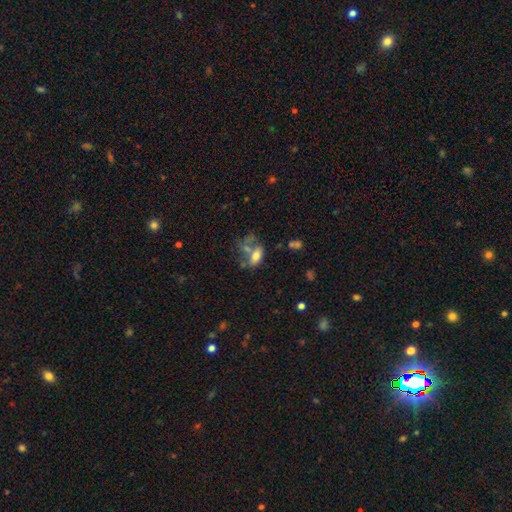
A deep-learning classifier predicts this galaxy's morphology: Overall: smooth (66%). How rounded: in between (87%). Merging: merger (38%; none 27%).